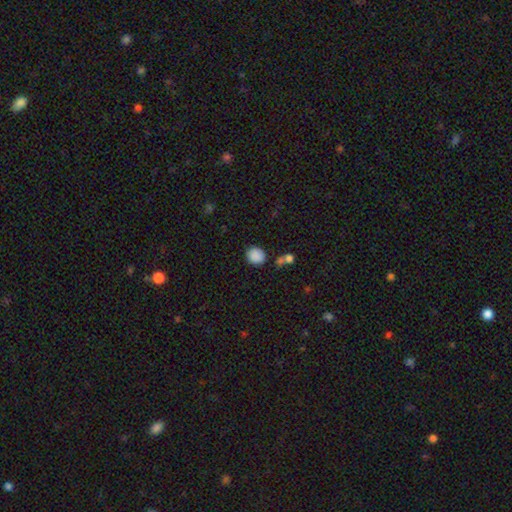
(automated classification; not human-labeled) Morphology: type=smooth (87%); roundness=round (70%); merging=none (77%).